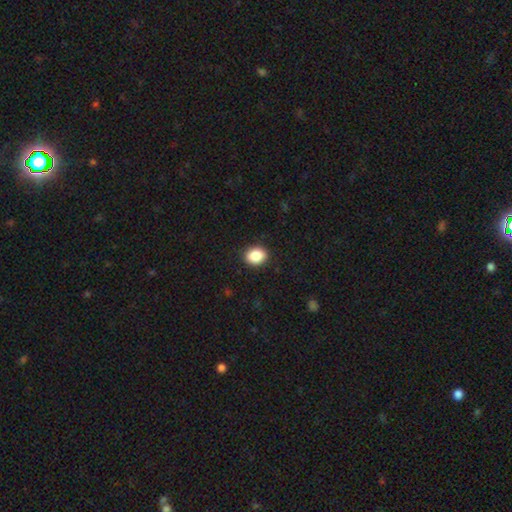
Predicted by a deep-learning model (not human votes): Smooth or featured?
  - smooth: 88% *
  - star or artifact: 8%
  - featured or disk: 4%
How rounded?
  - in between: 51% *
  - round: 48%
  - cigar-shaped: 1%
Merging?
  - none: 90% *
  - minor disturbance: 7%
  - major disturbance: 2%
  - merger: 1%